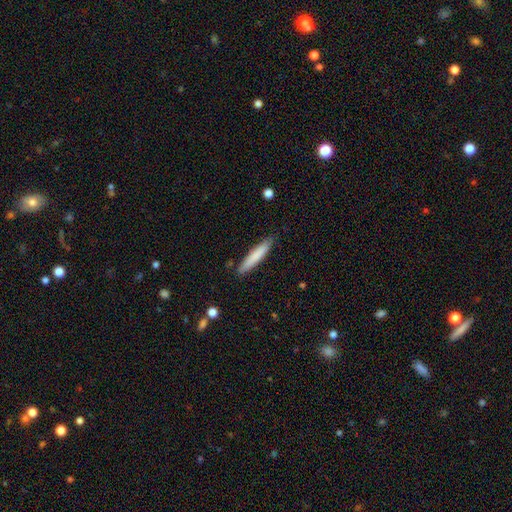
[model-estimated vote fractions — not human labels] Smooth or featured: smooth — 78% (featured or disk — 16%)
How rounded: cigar-shaped — 92% (in between — 7%)
Merging: none — 86% (minor disturbance — 10%)